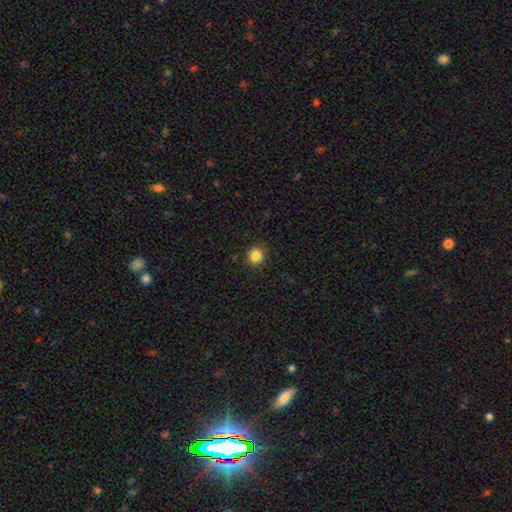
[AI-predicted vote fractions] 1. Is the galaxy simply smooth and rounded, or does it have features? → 84% smooth, 11% star or artifact, 5% featured or disk.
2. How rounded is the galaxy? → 87% round, 12% in between, 1% cigar-shaped.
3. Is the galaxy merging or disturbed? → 90% none, 7% minor disturbance, 2% major disturbance, 1% merger.